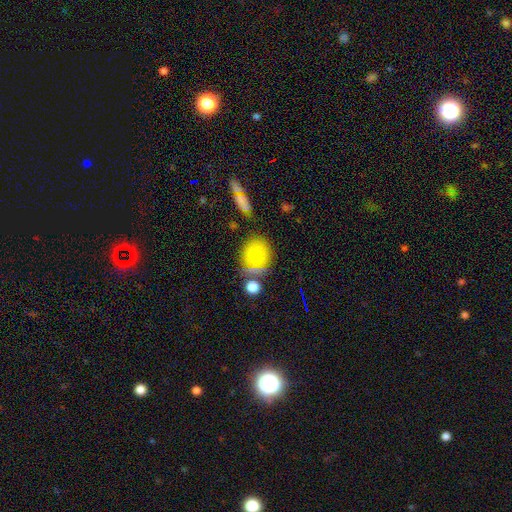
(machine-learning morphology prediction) Q: Smooth or featured?
A: smooth (74%); runner-up: featured or disk (15%)
Q: How rounded?
A: round (73%); runner-up: in between (26%)
Q: Merging?
A: none (63%); runner-up: minor disturbance (17%)